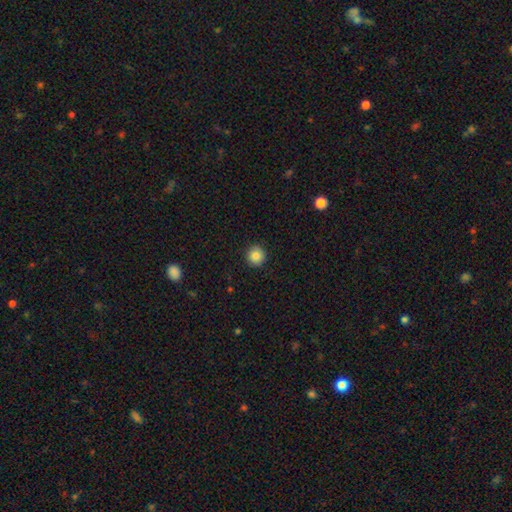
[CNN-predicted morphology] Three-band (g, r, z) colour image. It shows a smooth galaxy with no disk features (86%) that is round (94%). Merging: none (92%).